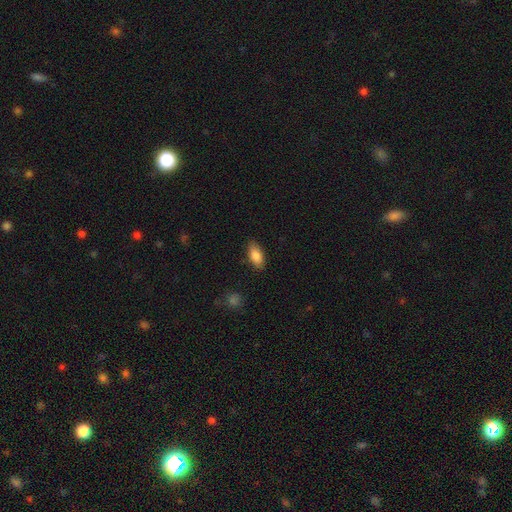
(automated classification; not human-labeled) Overall: smooth (86%). How rounded: in between (90%). Merging: none (85%).